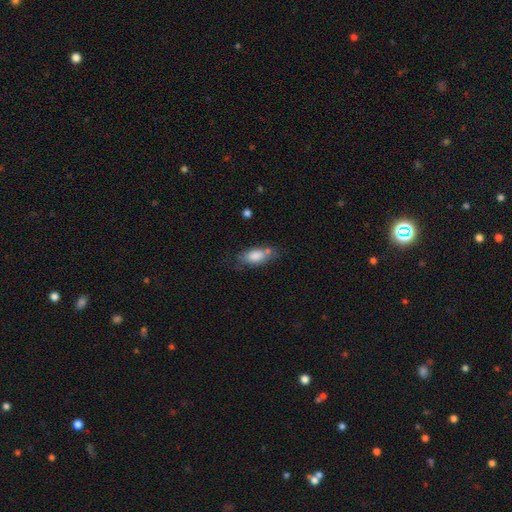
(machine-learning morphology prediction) smooth 77%, featured or disk 15%, star or artifact 8%. Down the decision tree: how rounded — in between (81%); merging — none (59%).